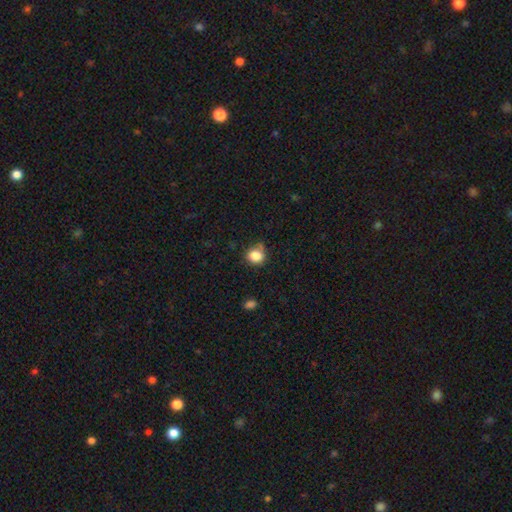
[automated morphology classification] The model was most divided on "merging": none: 64%, minor disturbance: 24%, major disturbance: 6%, merger: 5%. More confident: smooth or featured — smooth (84%); how rounded — round (77%).